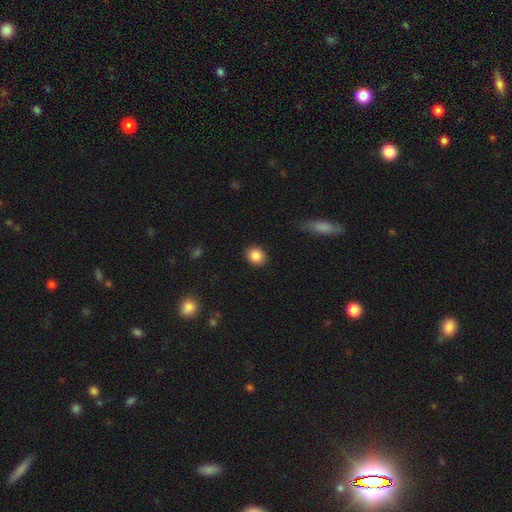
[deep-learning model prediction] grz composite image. It shows a smooth galaxy with no disk features (87%) that is round (68%). Merging: none (90%).